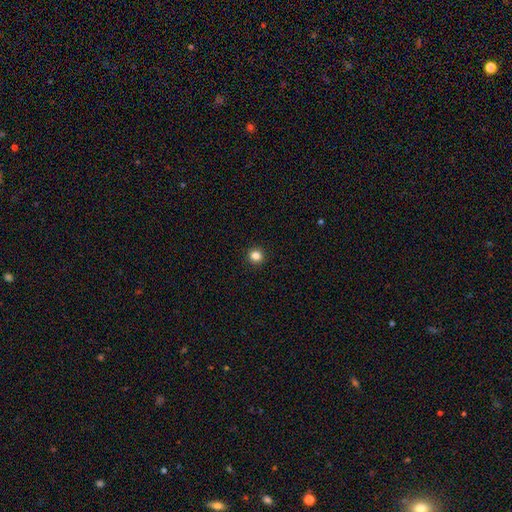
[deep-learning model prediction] Overall: smooth (84%). How rounded: round (93%). Merging: none (93%).